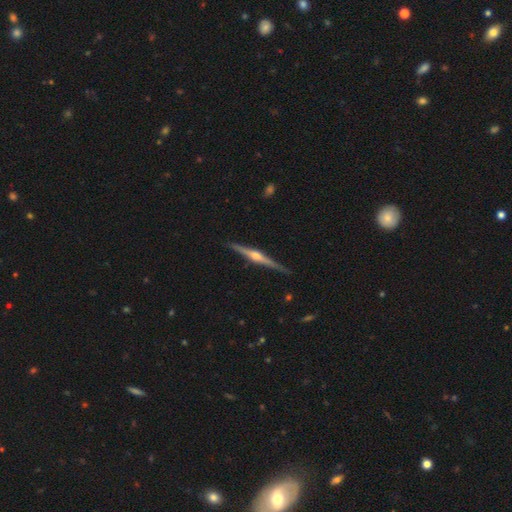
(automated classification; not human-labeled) Smooth or featured? featured or disk (83%)
Edge-on disk? yes (98%)
Edge-on bulge? rounded (90%)
Merging? none (90%)